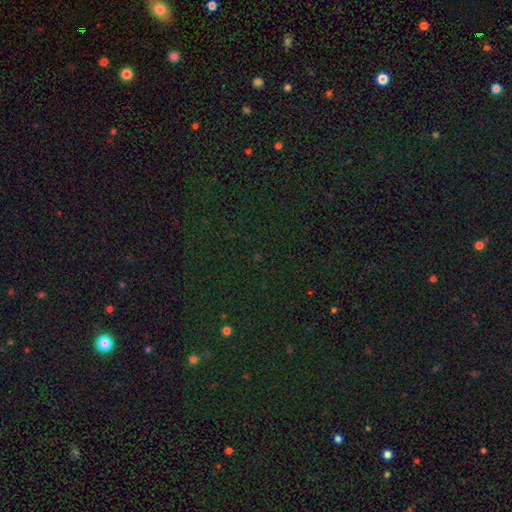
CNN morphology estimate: Overall: star or artifact (76%).